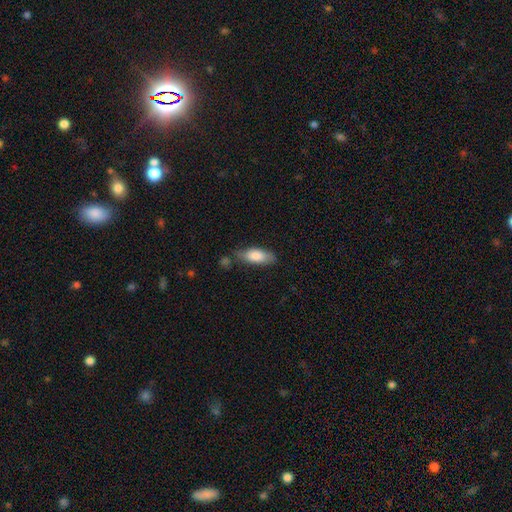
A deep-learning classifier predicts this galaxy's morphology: This is clearly a smooth galaxy (81%). How rounded: clearly in between (80%). Merging: likely none (60%).